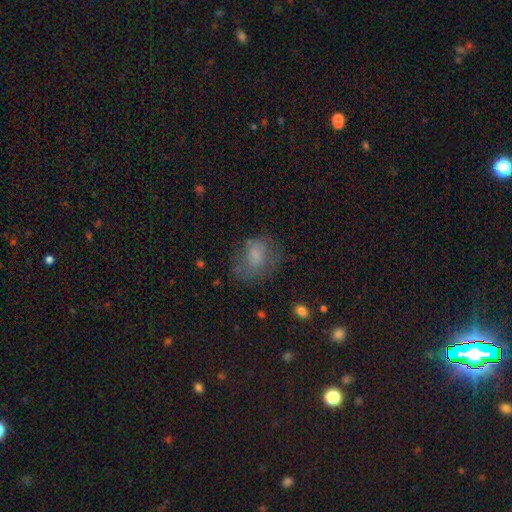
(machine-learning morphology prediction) smooth_or_featured: smooth (p=0.60) [alt: featured or disk p=0.28]
how_rounded: in between (p=0.60) [alt: round p=0.38]
merging: none (p=0.49) [alt: minor disturbance p=0.25]